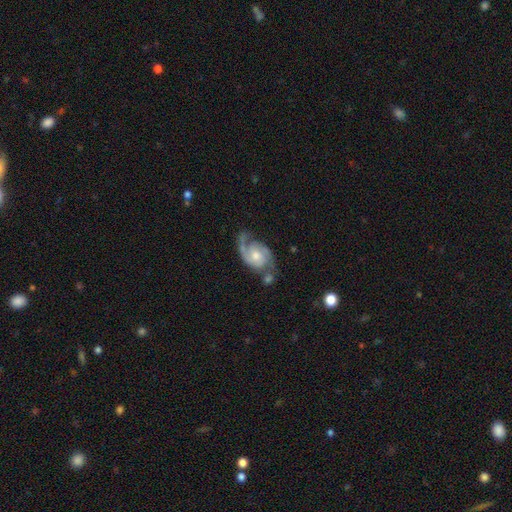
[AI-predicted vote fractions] smooth-or-featured: featured or disk: 88% | smooth: 7% | star or artifact: 5%
  disk-edge-on: no: 97% | yes: 3%
    bar: no: 62% | weak: 32% | strong: 6%
    has-spiral-arms: yes: 97% | no: 3%
      spiral-winding: medium: 51% | tight: 30% | loose: 19%
      spiral-arm-count: 2: 85% | 1: 7% | can't tell: 4% | 3: 3% | 4: 1% | more than 4: 1%
    bulge-size: moderate: 60% | small: 26% | large: 9% | none: 3% | dominant: 1%
  merging: none: 58% | minor disturbance: 21% | major disturbance: 12% | merger: 9%